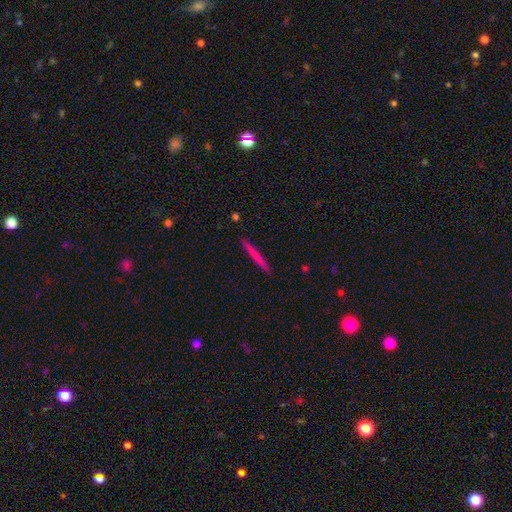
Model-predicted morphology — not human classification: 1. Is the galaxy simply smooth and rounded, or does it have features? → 67% smooth, 27% featured or disk, 6% star or artifact.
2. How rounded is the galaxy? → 97% cigar-shaped, 2% in between, 1% round.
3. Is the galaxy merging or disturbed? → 91% none, 6% minor disturbance, 1% major disturbance, 1% merger.